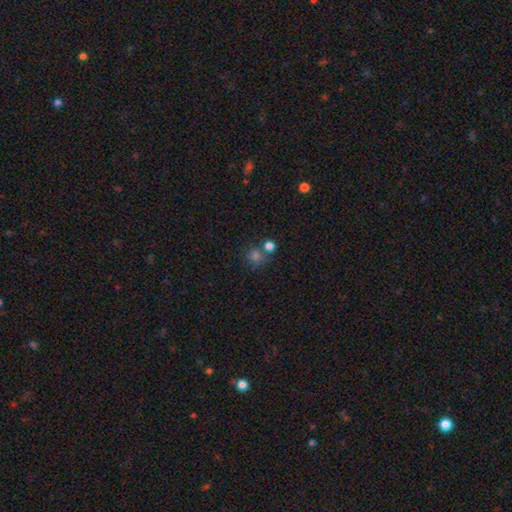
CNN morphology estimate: Q: Smooth or featured?
A: smooth (73%); runner-up: star or artifact (18%)
Q: How rounded?
A: round (88%); runner-up: in between (11%)
Q: Merging?
A: none (60%); runner-up: merger (26%)